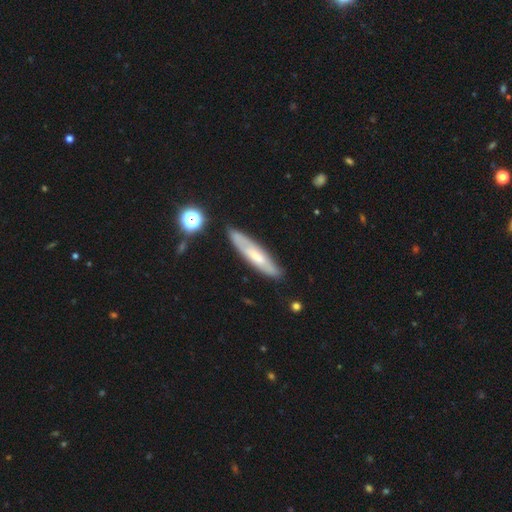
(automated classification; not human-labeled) Smooth or featured?
  - featured or disk: 48% *
  - smooth: 44%
  - star or artifact: 7%
Merging?
  - none: 80% *
  - minor disturbance: 15%
  - major disturbance: 3%
  - merger: 2%